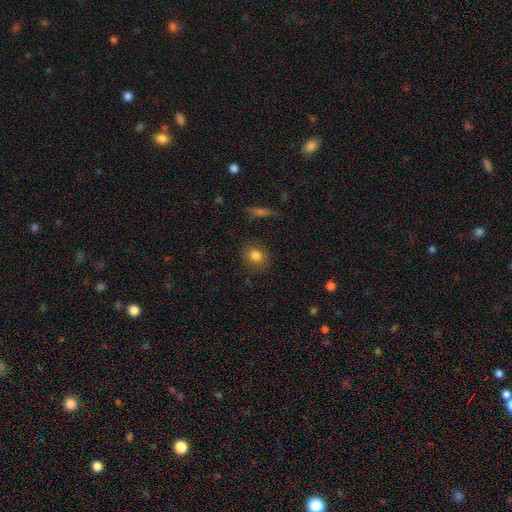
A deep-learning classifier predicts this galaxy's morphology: smooth_or_featured: smooth (p=0.82) [alt: star or artifact p=0.11]
how_rounded: round (p=0.67) [alt: in between p=0.32]
merging: none (p=0.84) [alt: minor disturbance p=0.11]